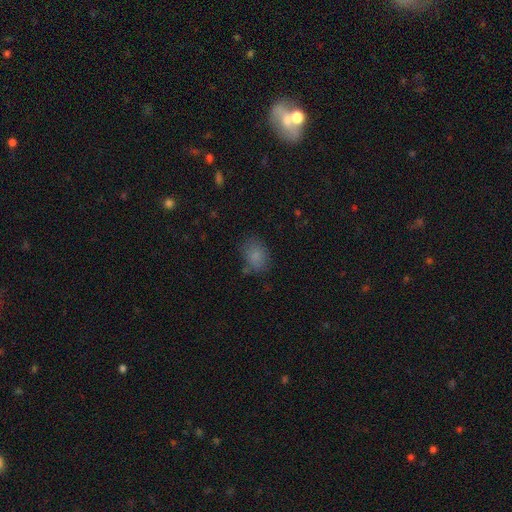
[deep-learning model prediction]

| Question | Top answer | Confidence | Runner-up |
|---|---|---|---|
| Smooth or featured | smooth | 83% | star or artifact (11%) |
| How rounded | in between | 68% | round (31%) |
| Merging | none | 70% | minor disturbance (19%) |